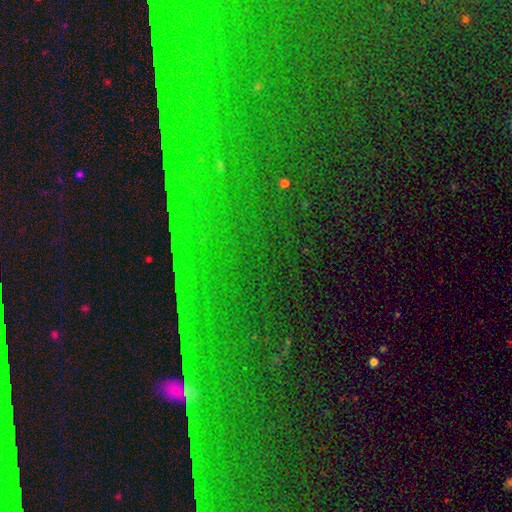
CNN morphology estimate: This is clearly a star or artifact rather than a galaxy (83%).